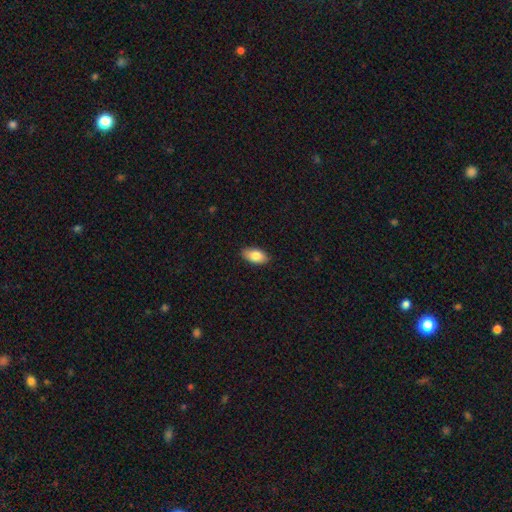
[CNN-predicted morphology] Smooth or featured?
  - smooth: 85% *
  - featured or disk: 9%
  - star or artifact: 7%
How rounded?
  - in between: 93% *
  - round: 4%
  - cigar-shaped: 3%
Merging?
  - none: 87% *
  - minor disturbance: 10%
  - major disturbance: 2%
  - merger: 1%